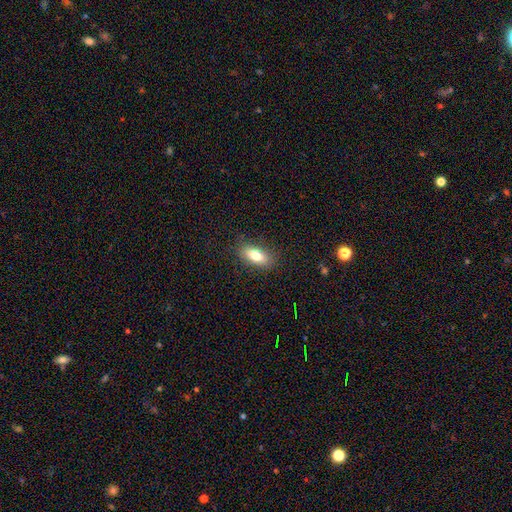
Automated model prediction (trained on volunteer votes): Q: Smooth or featured?
A: smooth (76%); runner-up: featured or disk (16%)
Q: How rounded?
A: in between (81%); runner-up: cigar-shaped (15%)
Q: Merging?
A: none (86%); runner-up: minor disturbance (10%)